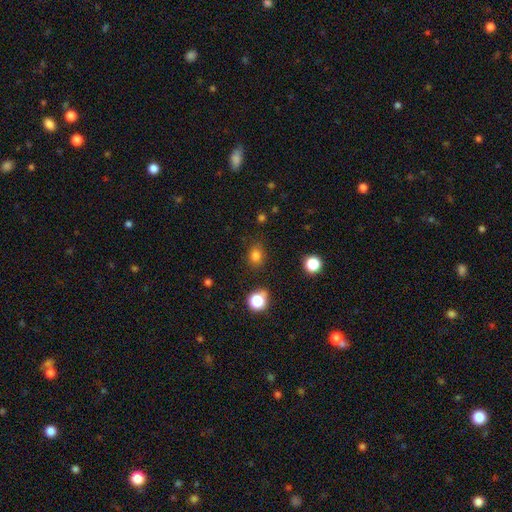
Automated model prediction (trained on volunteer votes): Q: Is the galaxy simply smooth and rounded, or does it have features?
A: smooth — 80%.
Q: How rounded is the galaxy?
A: round — 60%.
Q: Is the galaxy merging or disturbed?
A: none — 82%.